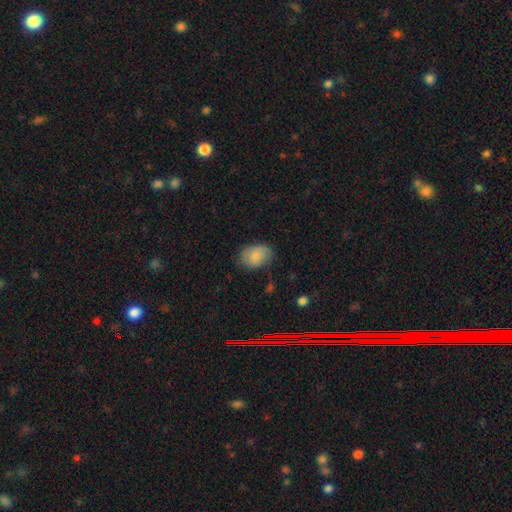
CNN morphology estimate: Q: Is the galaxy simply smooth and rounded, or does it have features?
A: smooth — 78%.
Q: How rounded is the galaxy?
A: in between — 79%.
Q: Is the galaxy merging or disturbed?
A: none — 65%.